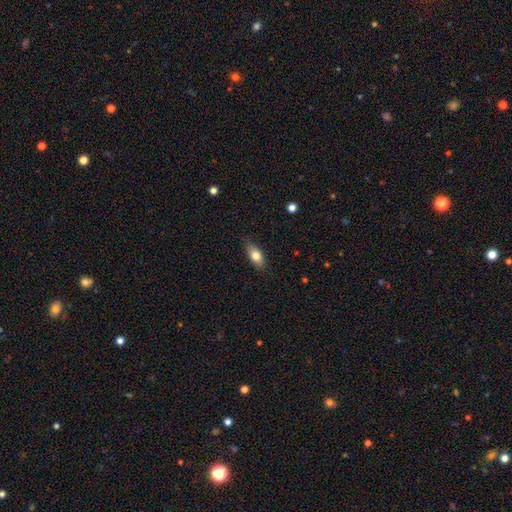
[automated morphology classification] This is likely a smooth galaxy (79%). How rounded: clearly in between (84%). Merging: clearly none (81%).